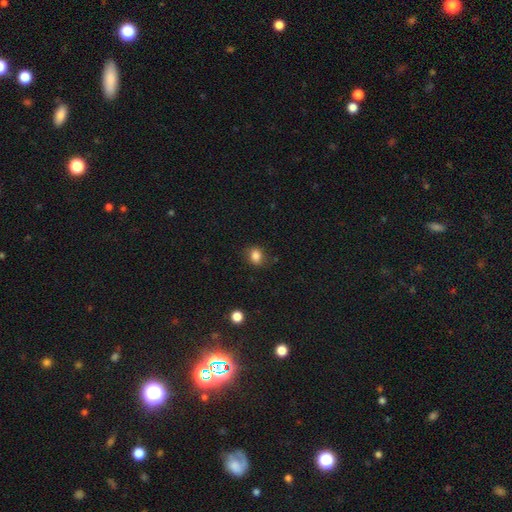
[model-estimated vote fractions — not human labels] This appears to be a smooth galaxy with no disk features (84%) that is in between round and cigar-shaped (52%). Merging: none (80%).